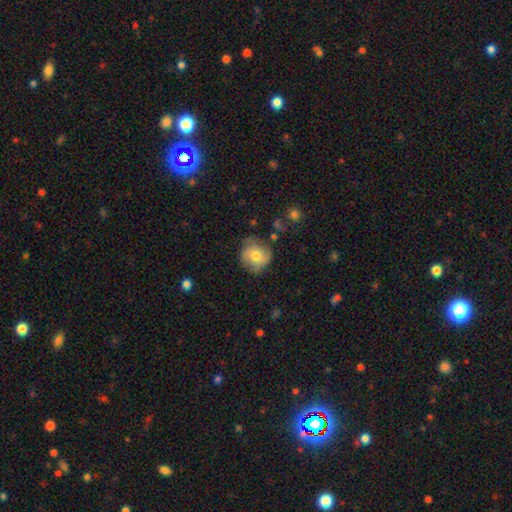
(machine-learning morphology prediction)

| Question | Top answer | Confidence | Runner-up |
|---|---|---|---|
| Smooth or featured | smooth | 59% | featured or disk (33%) |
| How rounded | round | 84% | in between (14%) |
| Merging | none | 69% | minor disturbance (22%) |